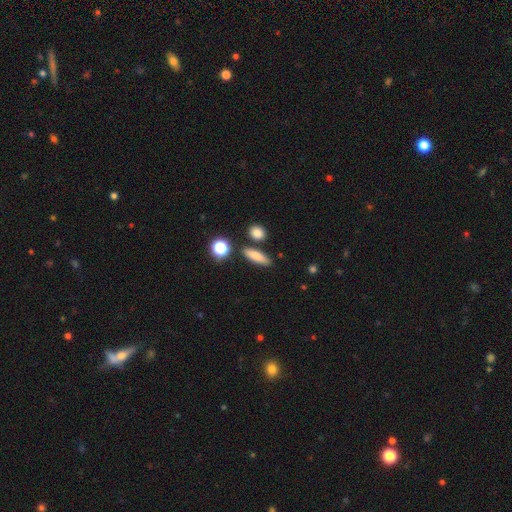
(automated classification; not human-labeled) Morphology: type=smooth (80%); roundness=cigar-shaped (50%); merging=none (81%).